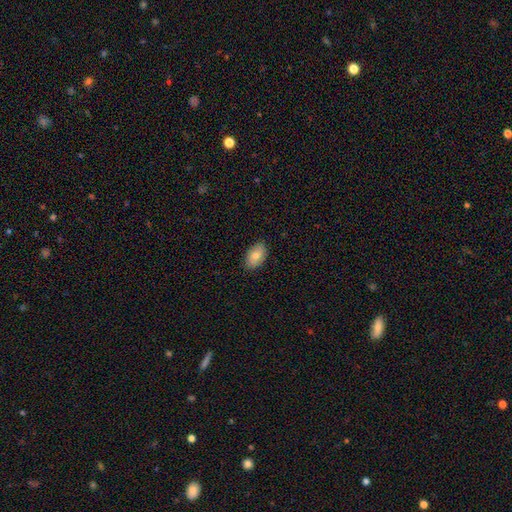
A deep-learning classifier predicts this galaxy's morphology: Smooth or featured? Predicted: smooth (p=0.79). How rounded? Predicted: in between (p=0.93). Merging? Predicted: none (p=0.87).